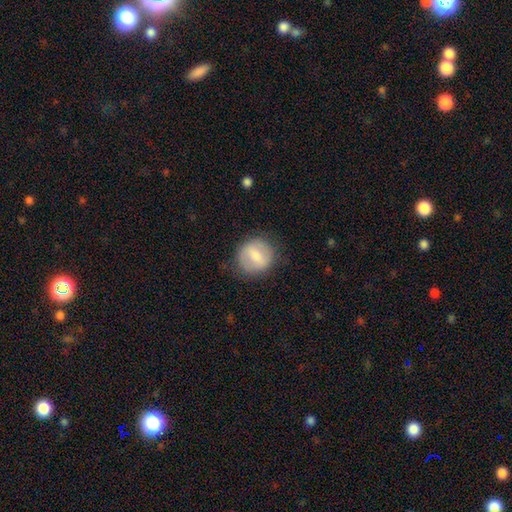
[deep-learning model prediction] Smooth or featured? smooth (62%)
How rounded? round (84%)
Merging? none (80%)